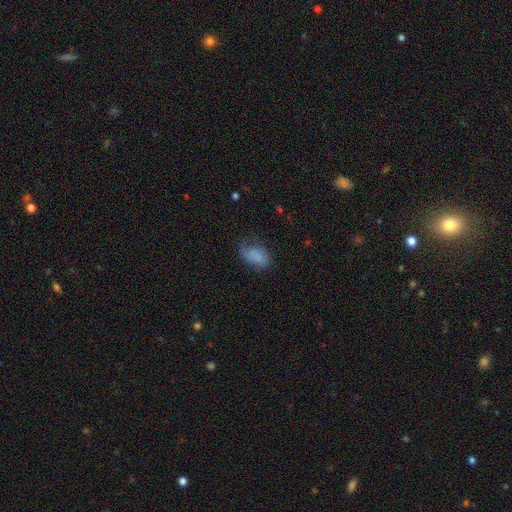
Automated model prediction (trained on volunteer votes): This appears to be a smooth galaxy with no disk features (71%) that is in between round and cigar-shaped (89%). Merging: none (39%).